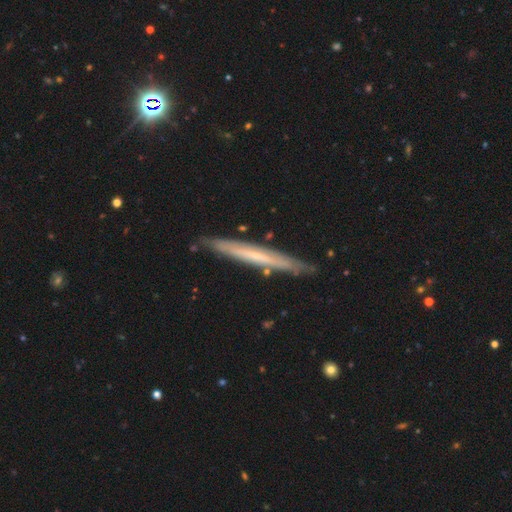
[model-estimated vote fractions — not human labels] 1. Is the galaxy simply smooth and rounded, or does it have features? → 59% featured or disk, 35% smooth, 6% star or artifact.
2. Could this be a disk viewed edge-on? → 90% yes, 10% no.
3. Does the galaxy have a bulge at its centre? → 79% none, 17% rounded, 4% boxy.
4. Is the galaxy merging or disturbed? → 85% none, 12% minor disturbance, 2% merger, 2% major disturbance.